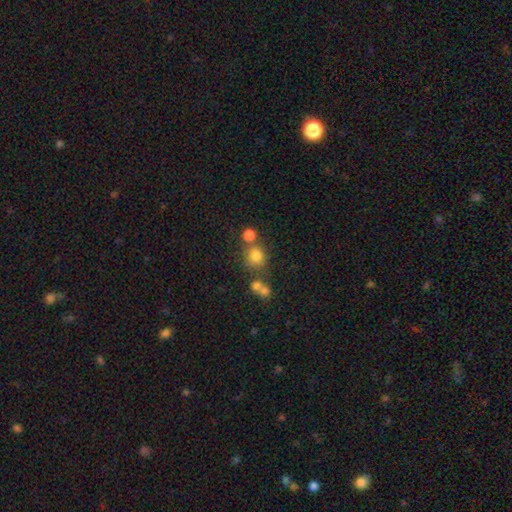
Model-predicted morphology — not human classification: This is likely a smooth galaxy (77%). How rounded: clearly round (83%). Merging: possibly none (60%).